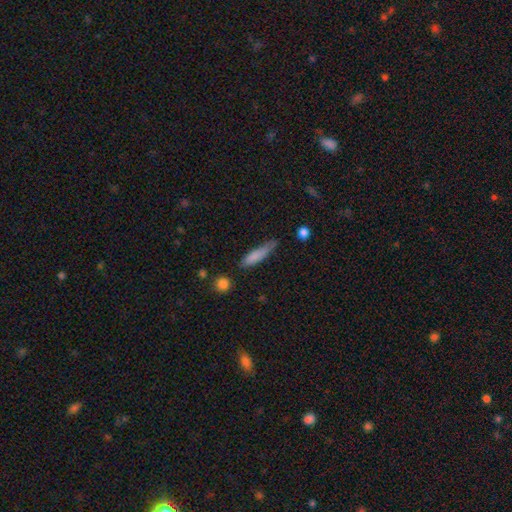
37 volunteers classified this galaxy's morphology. Smooth or featured?
  - smooth: 86% *
  - featured or disk: 14%
  - star or artifact: 0%
How rounded?
  - cigar-shaped: 81% *
  - in between: 19%
  - round: 0%
Merging?
  - none: 54% *
  - minor disturbance: 41%
  - major disturbance: 3%
  - merger: 3%